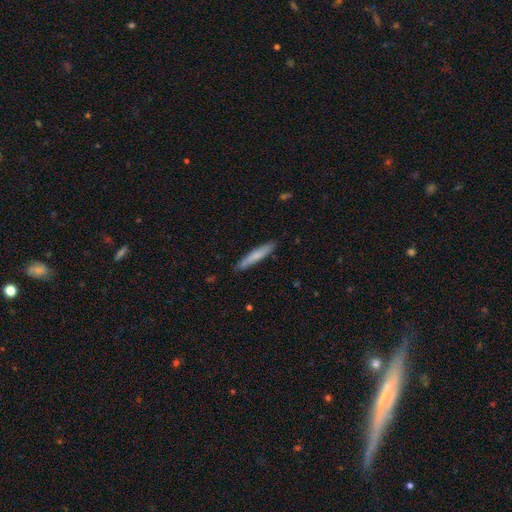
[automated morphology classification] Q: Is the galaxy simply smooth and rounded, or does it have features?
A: smooth — 71%.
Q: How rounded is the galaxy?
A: cigar-shaped — 92%.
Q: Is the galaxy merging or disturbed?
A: none — 87%.